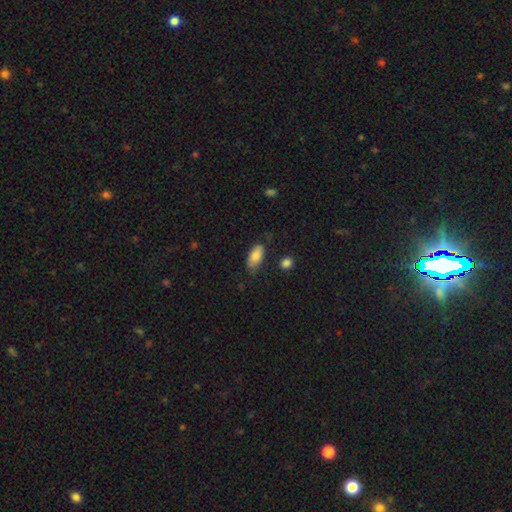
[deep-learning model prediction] Smooth or featured? Predicted: smooth (p=0.84). How rounded? Predicted: in between (p=0.90). Merging? Predicted: none (p=0.68).